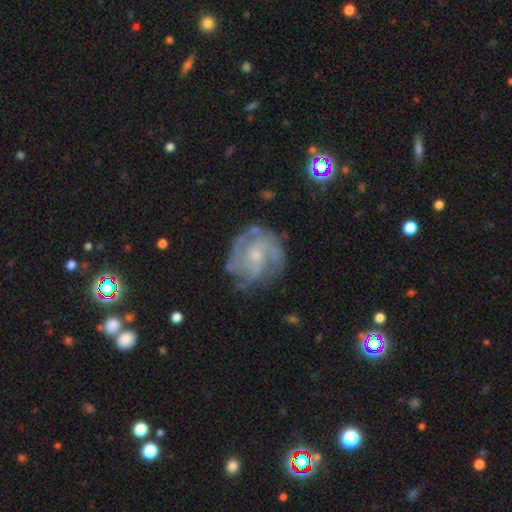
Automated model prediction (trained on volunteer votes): A featured or disk galaxy (85%) with no bar (66%), 3 (33%) tight (54%) spiral arms (95%) and a small central bulge (71%).

Vote fractions:
- Smooth or featured? featured or disk: 85% / smooth: 8% / star or artifact: 7%
- Edge-on disk? no: 98% / yes: 2%
- Bar? no: 66% / weak: 29% / strong: 5%
- Spiral arms? yes: 95% / no: 5%
- Spiral winding? tight: 54% / medium: 38% / loose: 8%
- Spiral arm count? 3: 33% / can't tell: 23% / 2: 19% / 4: 13% / 1: 6% / more than 4: 6%
- Bulge size? small: 71% / moderate: 22% / none: 5% / large: 1% / dominant: 1%
- Merging? none: 71% / minor disturbance: 19% / major disturbance: 8% / merger: 2%